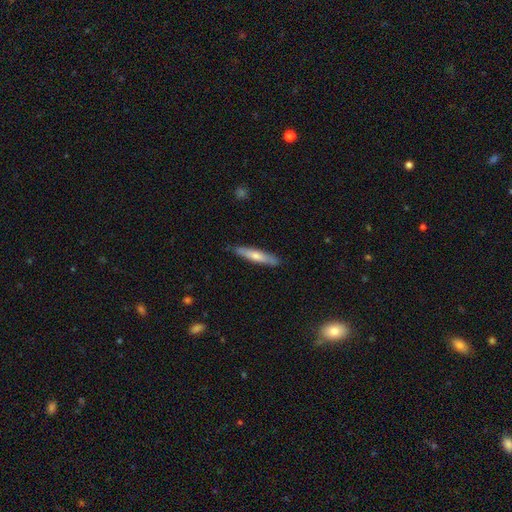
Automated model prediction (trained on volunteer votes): smooth-or-featured: smooth: 62% | featured or disk: 33% | star or artifact: 5%
  how-rounded: cigar-shaped: 88% | in between: 10% | round: 1%
  merging: none: 87% | minor disturbance: 10% | major disturbance: 2% | merger: 1%